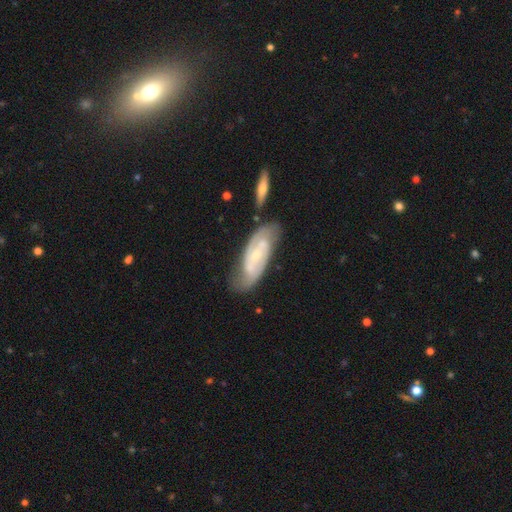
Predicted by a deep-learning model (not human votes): Smooth or featured?
  - featured or disk: 80% *
  - smooth: 15%
  - star or artifact: 6%
Edge-on disk?
  - no: 91% *
  - yes: 9%
Bar?
  - no: 43% *
  - weak: 41%
  - strong: 17%
Spiral arms?
  - yes: 92% *
  - no: 8%
Spiral winding?
  - tight: 43% *
  - medium: 42%
  - loose: 15%
Spiral arm count?
  - 2: 76% *
  - can't tell: 15%
  - 3: 4%
  - 1: 2%
  - 4: 2%
  - more than 4: 1%
Bulge size?
  - small: 67% *
  - moderate: 29%
  - none: 2%
  - large: 1%
  - dominant: 1%
Merging?
  - none: 70% *
  - minor disturbance: 18%
  - merger: 7%
  - major disturbance: 5%